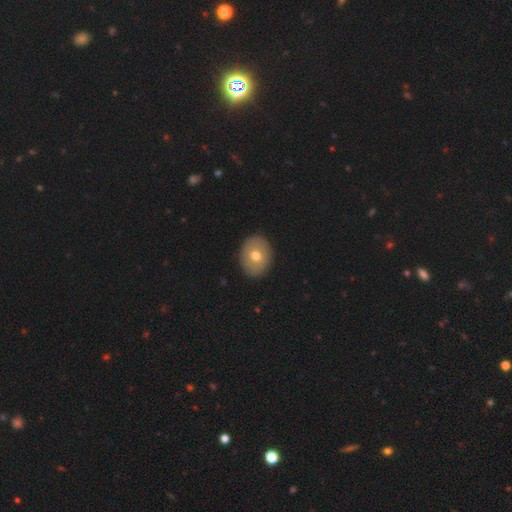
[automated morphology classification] Smooth or featured? Predicted: smooth (p=0.65). How rounded? Predicted: round (p=0.50). Merging? Predicted: none (p=0.89).